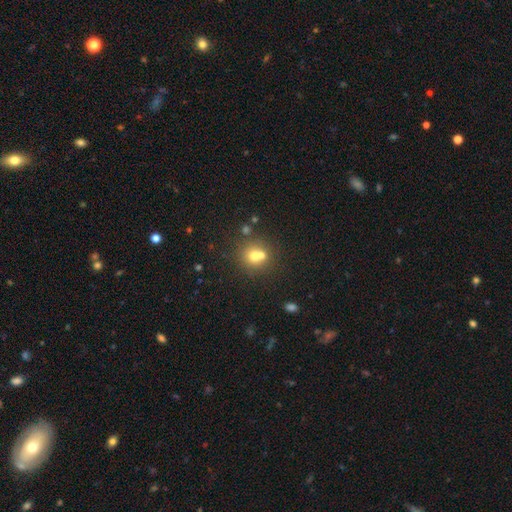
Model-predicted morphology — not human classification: smooth_or_featured: smooth (p=0.68) [alt: featured or disk p=0.18]
how_rounded: round (p=0.83) [alt: in between p=0.16]
merging: none (p=0.45) [alt: merger p=0.44]